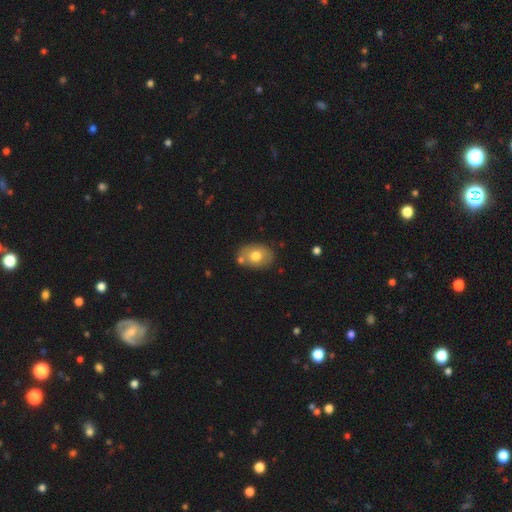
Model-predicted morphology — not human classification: Smooth or featured: smooth — 71% (featured or disk — 22%)
How rounded: in between — 75% (round — 24%)
Merging: none — 74% (minor disturbance — 14%)